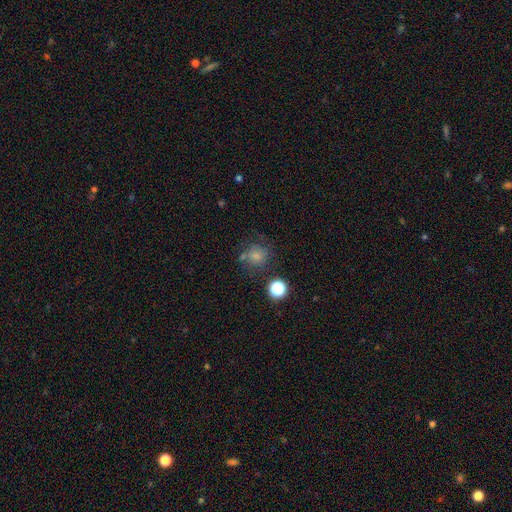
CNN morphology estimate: The model was most divided on "merging": none: 63%, minor disturbance: 17%, merger: 11%, major disturbance: 9%. More confident: how rounded — round (82%); smooth or featured — smooth (71%).